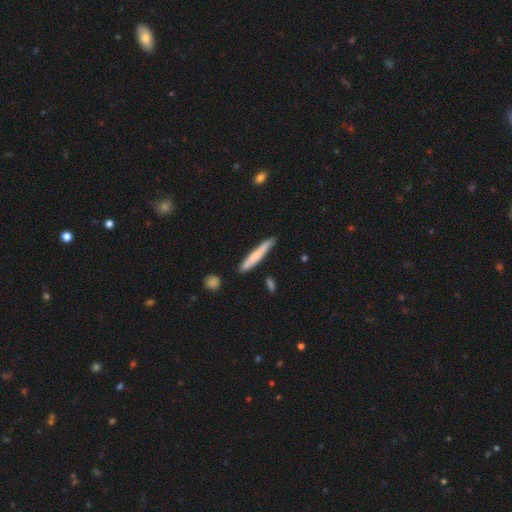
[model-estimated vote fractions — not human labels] Morphology: type=smooth (70%); roundness=cigar-shaped (95%); merging=none (85%).